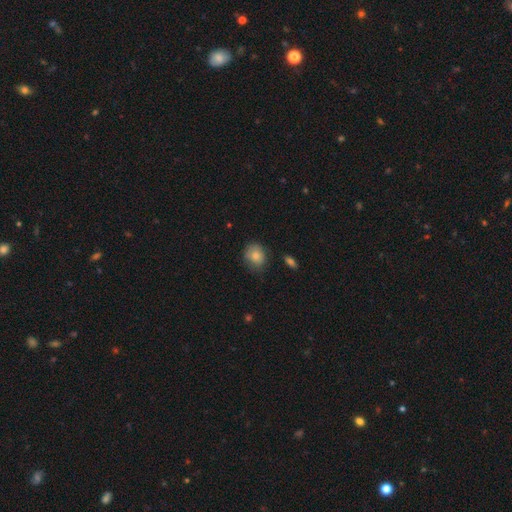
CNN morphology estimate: This is likely a smooth galaxy (80%). How rounded: likely round (66%). Merging: likely none (68%).